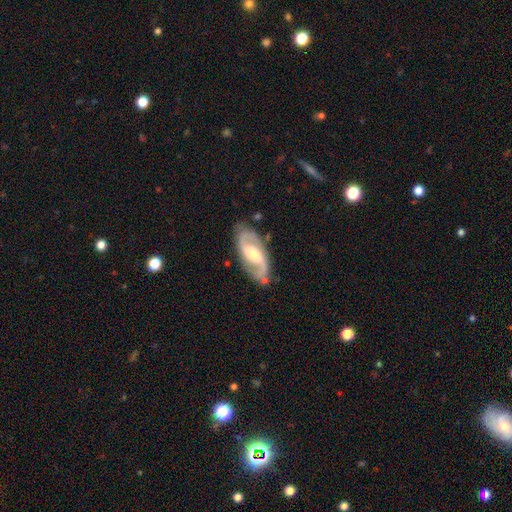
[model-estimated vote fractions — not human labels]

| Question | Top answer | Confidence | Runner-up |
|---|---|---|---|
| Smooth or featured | featured or disk | 86% | smooth (9%) |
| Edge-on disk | no | 96% | yes (4%) |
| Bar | weak | 47% | strong (29%) |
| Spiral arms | yes | 96% | no (4%) |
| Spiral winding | medium | 53% | loose (30%) |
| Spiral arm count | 2 | 92% | can't tell (3%) |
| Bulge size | moderate | 58% | small (25%) |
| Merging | none | 79% | minor disturbance (14%) |